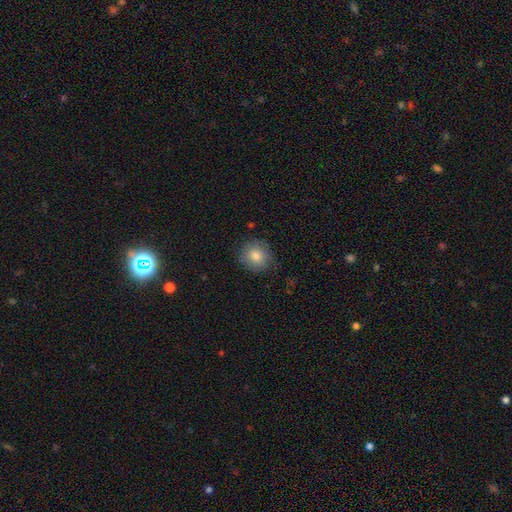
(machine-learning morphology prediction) A smooth galaxy with no disk features (81%) that is round (89%).

Vote fractions:
- Smooth or featured? smooth: 81% / featured or disk: 9% / star or artifact: 9%
- How rounded? round: 89% / in between: 10% / cigar-shaped: 1%
- Merging? none: 82% / minor disturbance: 14% / major disturbance: 3% / merger: 1%